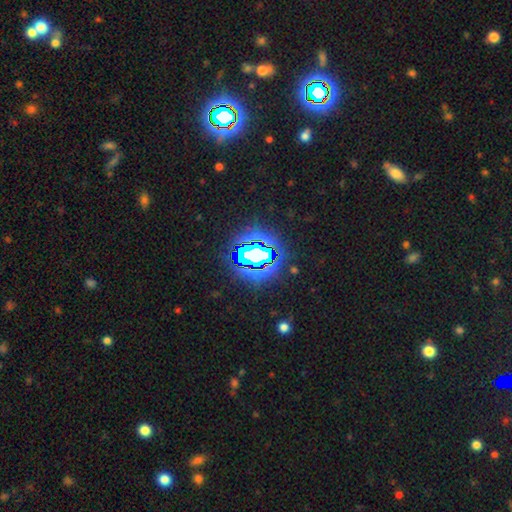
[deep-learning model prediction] The model was most divided on "smooth or featured": star or artifact: 72%, smooth: 16%, featured or disk: 12%.